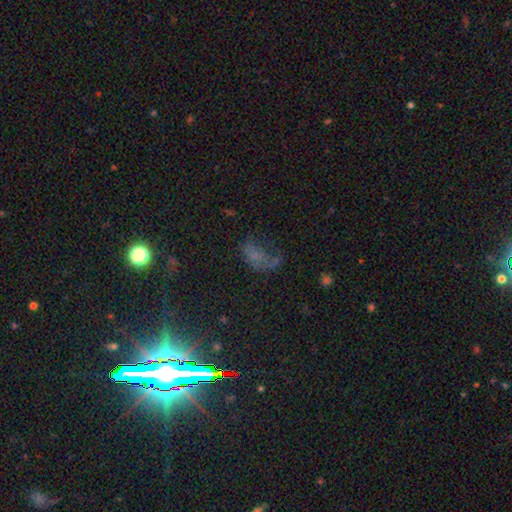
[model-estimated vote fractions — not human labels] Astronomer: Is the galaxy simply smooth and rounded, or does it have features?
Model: smooth — 39% (runner-up: star or artifact, 30%).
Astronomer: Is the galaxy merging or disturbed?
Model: major disturbance — 44% (runner-up: none, 30%).